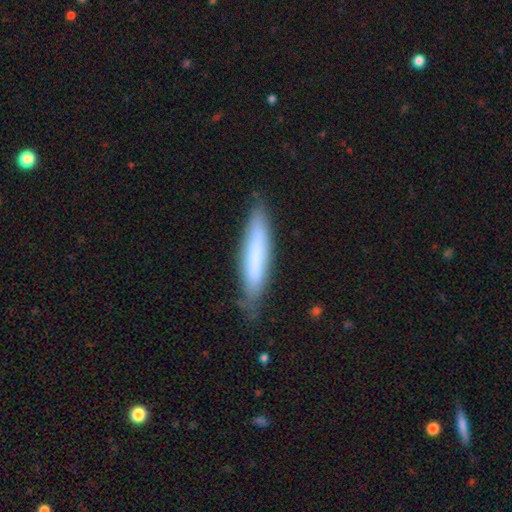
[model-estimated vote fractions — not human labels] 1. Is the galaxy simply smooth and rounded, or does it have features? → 69% smooth, 25% featured or disk, 6% star or artifact.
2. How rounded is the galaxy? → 87% cigar-shaped, 12% in between, 1% round.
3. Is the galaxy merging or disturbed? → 77% none, 18% minor disturbance, 3% major disturbance, 2% merger.